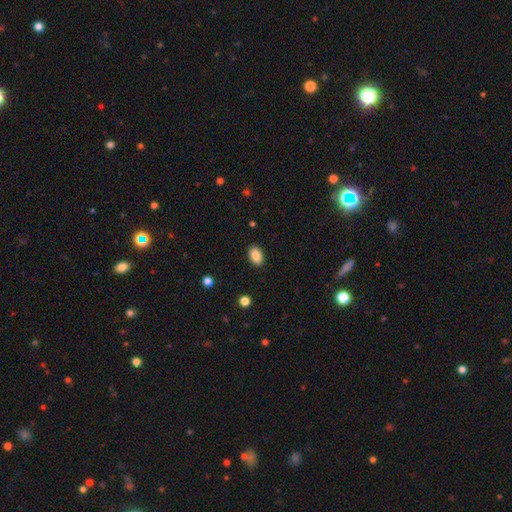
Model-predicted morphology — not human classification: smooth 87%, star or artifact 8%, featured or disk 5%. Down the decision tree: how rounded — in between (89%); merging — none (89%).